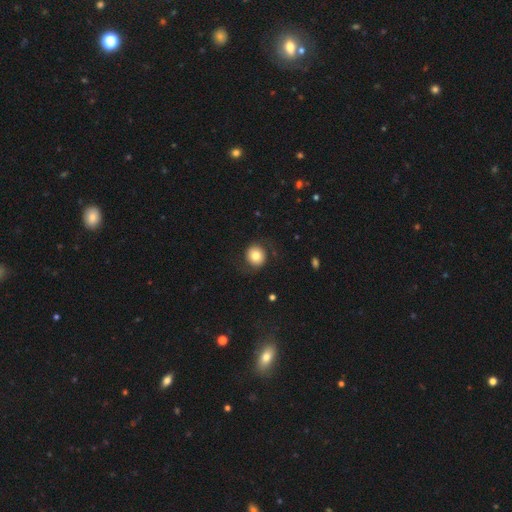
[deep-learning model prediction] The model was most divided on "smooth or featured": smooth: 71%, featured or disk: 20%, star or artifact: 9%. More confident: how rounded — round (84%); merging — none (77%).